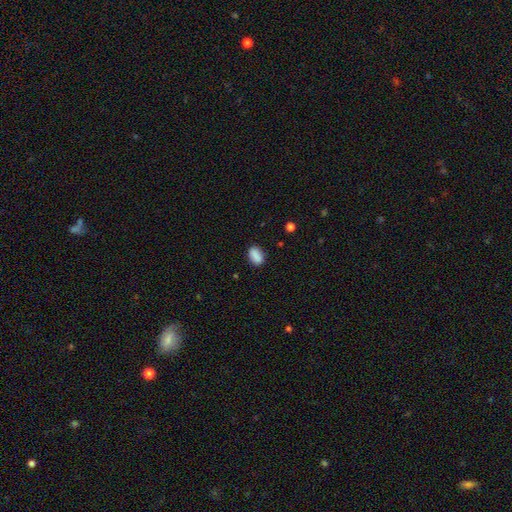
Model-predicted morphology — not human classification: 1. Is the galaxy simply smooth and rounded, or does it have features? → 89% smooth, 8% star or artifact, 3% featured or disk.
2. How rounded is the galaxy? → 88% in between, 10% round, 2% cigar-shaped.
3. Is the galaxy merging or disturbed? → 85% none, 11% minor disturbance, 3% major disturbance, 1% merger.